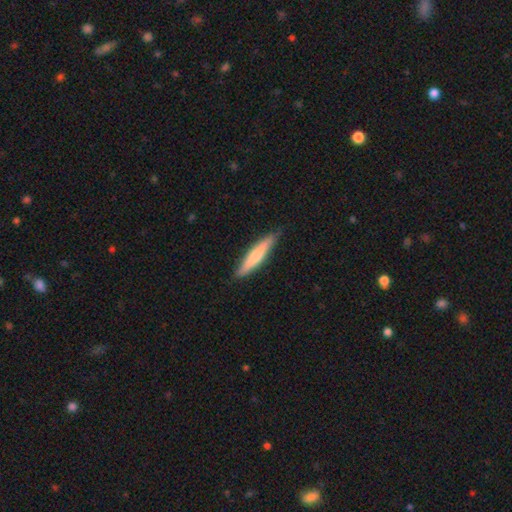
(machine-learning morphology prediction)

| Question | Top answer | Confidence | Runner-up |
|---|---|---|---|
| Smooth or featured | smooth | 66% | featured or disk (29%) |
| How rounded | cigar-shaped | 89% | in between (9%) |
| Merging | none | 86% | minor disturbance (11%) |